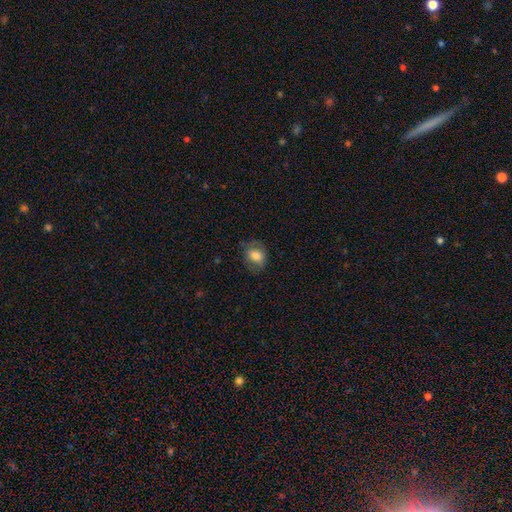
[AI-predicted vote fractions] Overall: smooth (74%). How rounded: in between (55%; round 44%). Merging: none (66%).